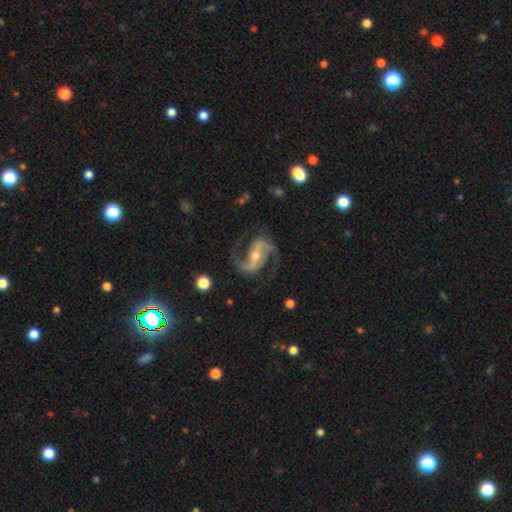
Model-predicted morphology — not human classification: smooth-or-featured: featured or disk: 90% | star or artifact: 5% | smooth: 4%
  disk-edge-on: no: 97% | yes: 3%
    bar: strong: 45% | weak: 36% | no: 19%
    has-spiral-arms: yes: 97% | no: 3%
      spiral-winding: medium: 50% | loose: 39% | tight: 11%
      spiral-arm-count: 2: 91% | 3: 2% | can't tell: 2% | 1: 2% | 4: 1% | more than 4: 1%
    bulge-size: moderate: 53% | small: 41% | large: 3% | none: 2% | dominant: 1%
  merging: none: 77% | minor disturbance: 13% | major disturbance: 9% | merger: 1%